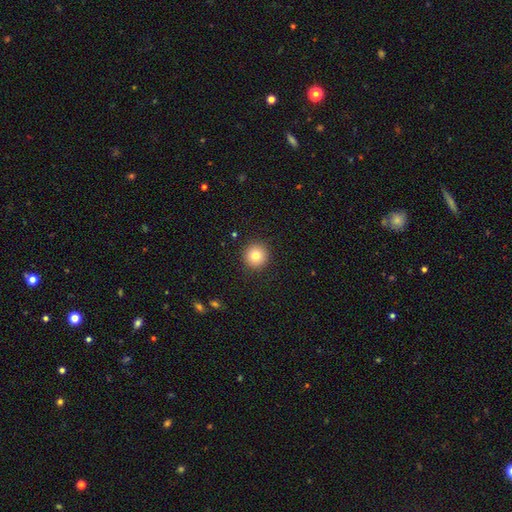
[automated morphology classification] The model was most divided on "smooth or featured": smooth: 80%, star or artifact: 11%, featured or disk: 9%. More confident: how rounded — round (95%); merging — none (92%).